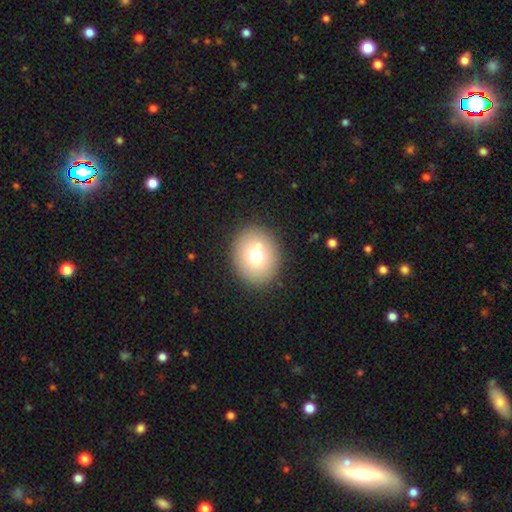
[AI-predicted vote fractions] Smooth or featured: smooth — 70% (featured or disk — 17%)
How rounded: round — 68% (in between — 31%)
Merging: none — 84% (minor disturbance — 8%)